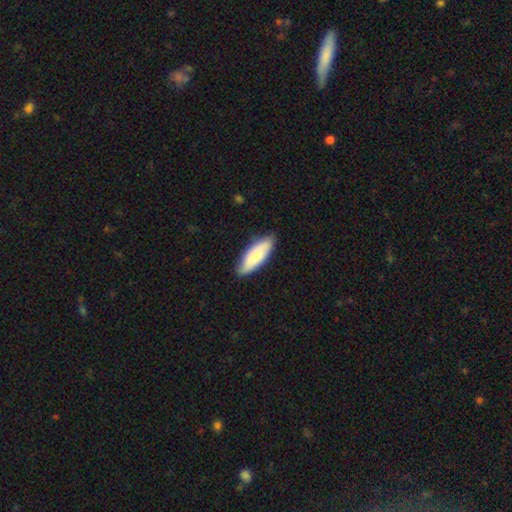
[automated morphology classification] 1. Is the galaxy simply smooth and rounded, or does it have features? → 77% smooth, 18% featured or disk, 5% star or artifact.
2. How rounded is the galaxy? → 67% in between, 32% cigar-shaped, 2% round.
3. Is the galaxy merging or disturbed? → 82% none, 15% minor disturbance, 2% major disturbance, 1% merger.